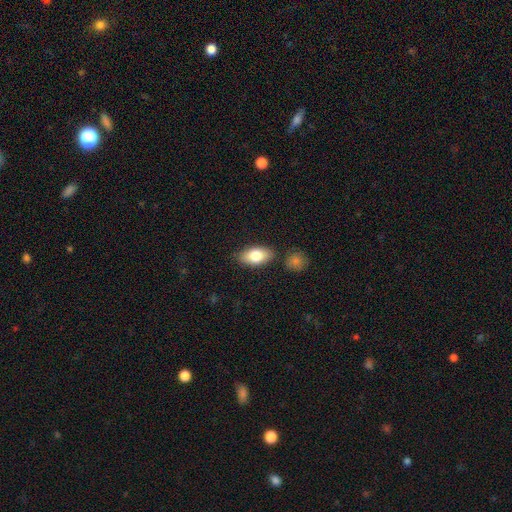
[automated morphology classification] A smooth galaxy with no disk features (79%) that is in between round and cigar-shaped (92%).

Vote fractions:
- Smooth or featured? smooth: 79% / featured or disk: 14% / star or artifact: 7%
- How rounded? in between: 92% / round: 4% / cigar-shaped: 4%
- Merging? none: 82% / minor disturbance: 10% / merger: 5% / major disturbance: 2%